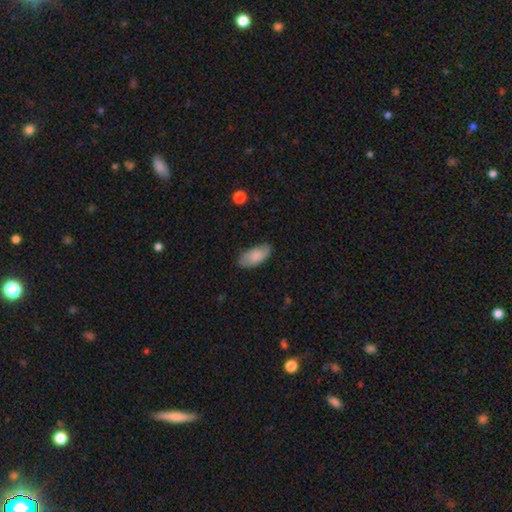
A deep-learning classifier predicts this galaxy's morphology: This appears to be a smooth galaxy with no disk features (84%) that is in between round and cigar-shaped (92%). Merging: none (79%).